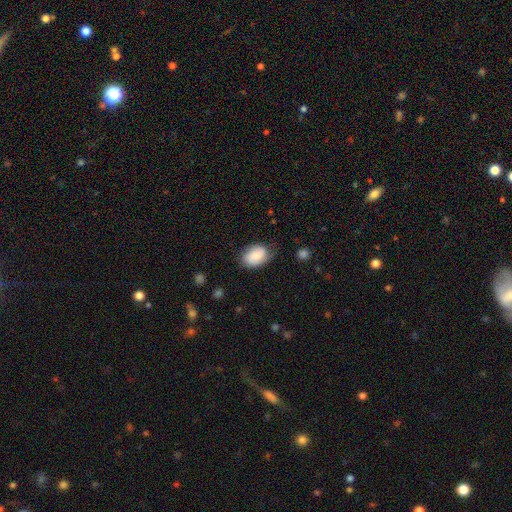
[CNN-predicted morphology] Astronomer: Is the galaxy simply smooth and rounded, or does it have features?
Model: smooth — 70%.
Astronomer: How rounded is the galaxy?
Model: in between — 82%.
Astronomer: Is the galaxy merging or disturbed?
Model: none — 68%.